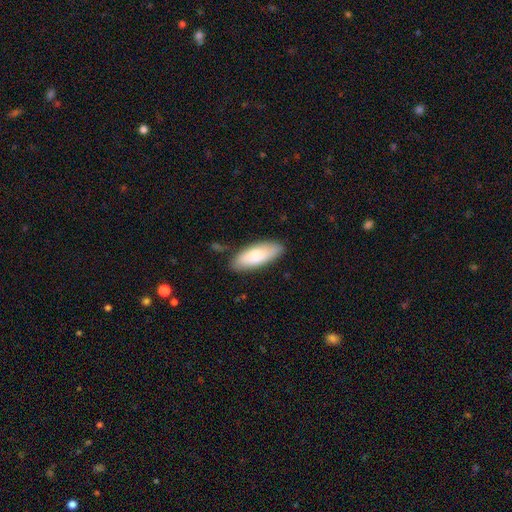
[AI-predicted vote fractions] A smooth galaxy with no disk features (75%) that is in between round and cigar-shaped (74%).

Vote fractions:
- Smooth or featured? smooth: 75% / featured or disk: 19% / star or artifact: 6%
- How rounded? in between: 74% / cigar-shaped: 24% / round: 2%
- Merging? none: 82% / minor disturbance: 13% / major disturbance: 3% / merger: 2%